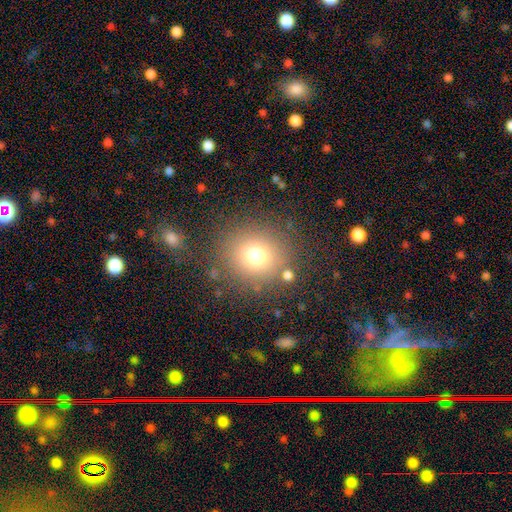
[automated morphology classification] This appears to be a smooth galaxy with no disk features (73%) that is round (89%). Merging: none (83%).